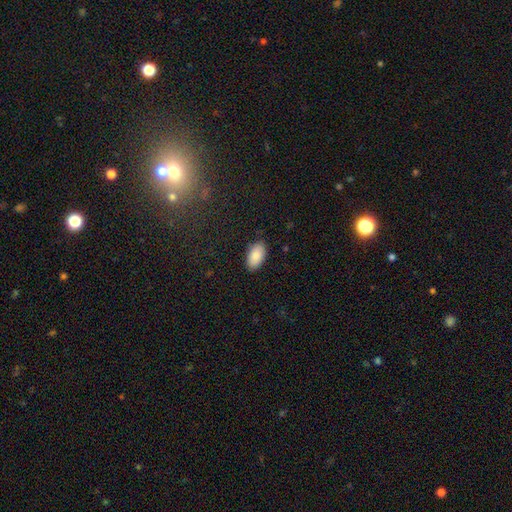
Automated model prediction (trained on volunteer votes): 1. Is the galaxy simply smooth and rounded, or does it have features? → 88% smooth, 6% star or artifact, 5% featured or disk.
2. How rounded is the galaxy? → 96% in between, 3% round, 2% cigar-shaped.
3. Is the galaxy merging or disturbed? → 88% none, 9% minor disturbance, 2% major disturbance, 1% merger.